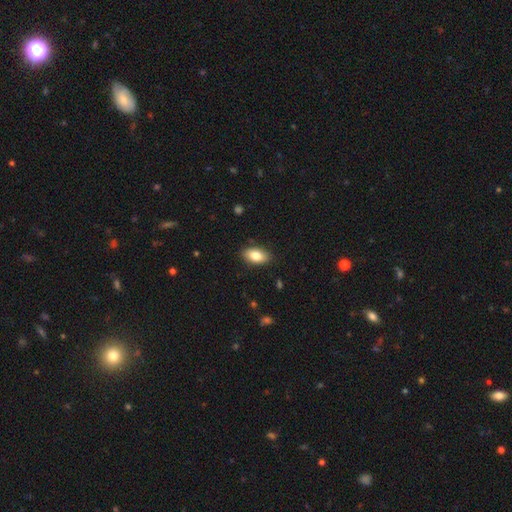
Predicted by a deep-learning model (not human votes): A smooth galaxy with no disk features (83%) that is in between round and cigar-shaped (92%). Merging: none (88%).